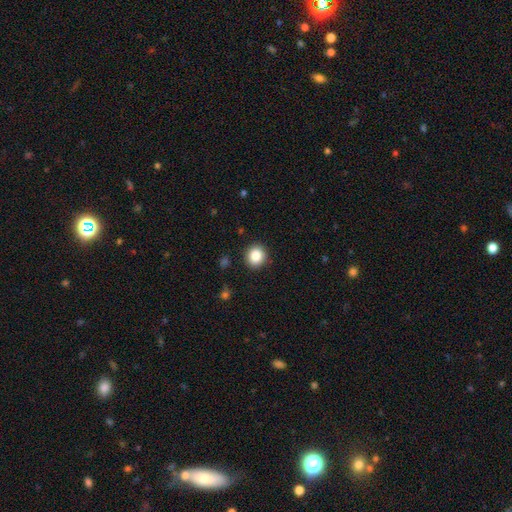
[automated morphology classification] Smooth or featured? Predicted: smooth (p=0.86). How rounded? Predicted: round (p=0.83). Merging? Predicted: none (p=0.90).